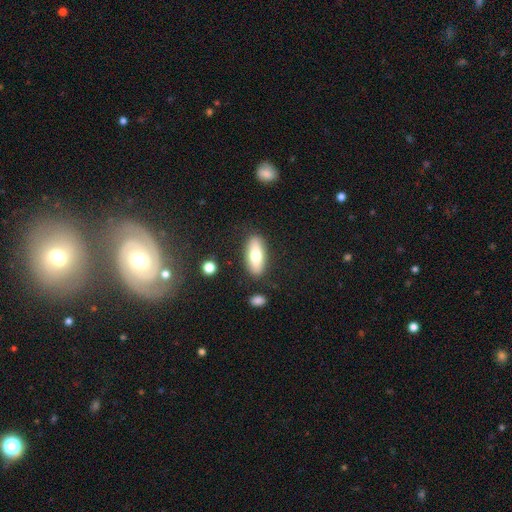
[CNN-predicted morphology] A smooth galaxy with no disk features (69%) that is in between round and cigar-shaped (72%). Merging: none (85%).